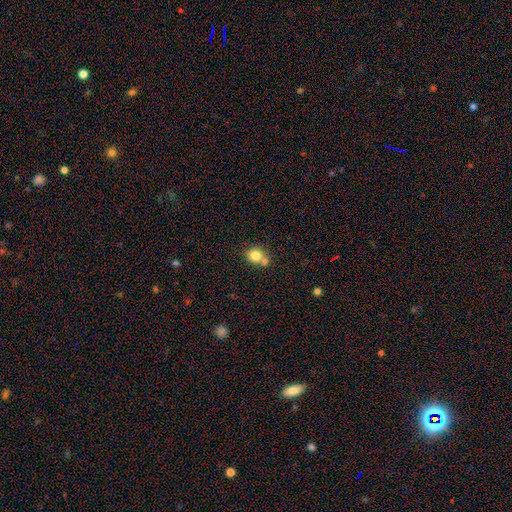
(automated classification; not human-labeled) smooth 80%, star or artifact 10%, featured or disk 10%. Down the decision tree: how rounded — round (76%); merging — none (48%).